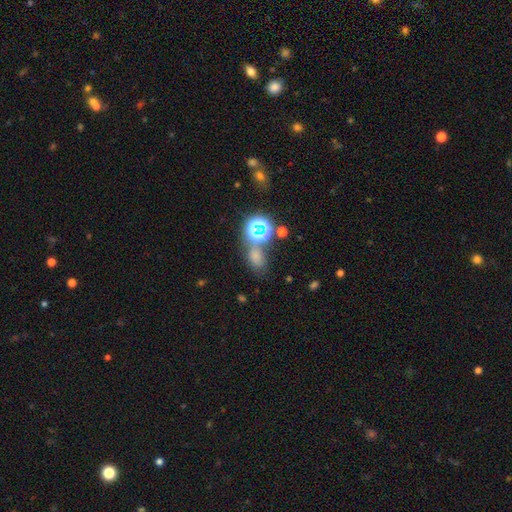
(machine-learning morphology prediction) Smooth or featured?
  - smooth: 60% *
  - star or artifact: 31%
  - featured or disk: 8%
How rounded?
  - in between: 67% *
  - round: 30%
  - cigar-shaped: 2%
Merging?
  - none: 57% *
  - merger: 20%
  - minor disturbance: 15%
  - major disturbance: 8%